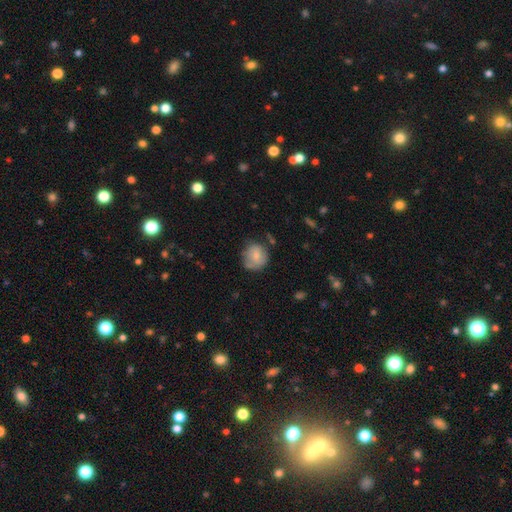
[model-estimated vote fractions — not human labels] Q: Smooth or featured?
A: smooth (74%); runner-up: featured or disk (19%)
Q: How rounded?
A: round (81%); runner-up: in between (18%)
Q: Merging?
A: none (61%); runner-up: minor disturbance (26%)